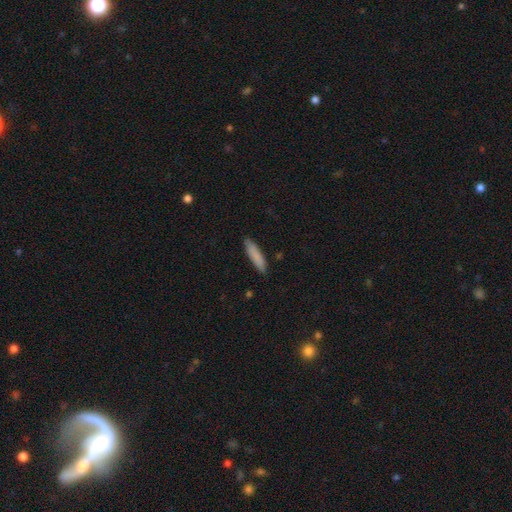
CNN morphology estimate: Smooth or featured: smooth — 85% (featured or disk — 9%)
How rounded: cigar-shaped — 78% (in between — 20%)
Merging: none — 85% (minor disturbance — 12%)